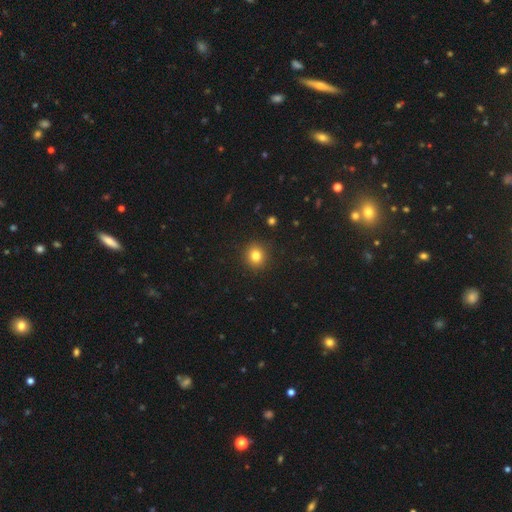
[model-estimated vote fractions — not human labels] A smooth galaxy with no disk features (81%) that is round (87%). Merging: none (92%).